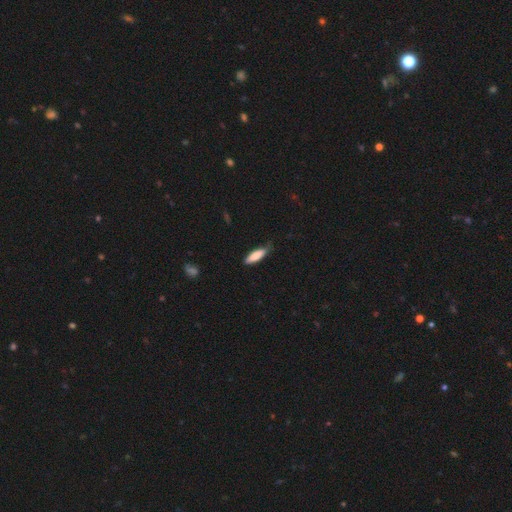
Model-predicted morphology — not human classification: Smooth or featured?
  - smooth: 82% *
  - featured or disk: 12%
  - star or artifact: 6%
How rounded?
  - cigar-shaped: 58% *
  - in between: 40%
  - round: 2%
Merging?
  - none: 72% *
  - minor disturbance: 23%
  - major disturbance: 3%
  - merger: 1%